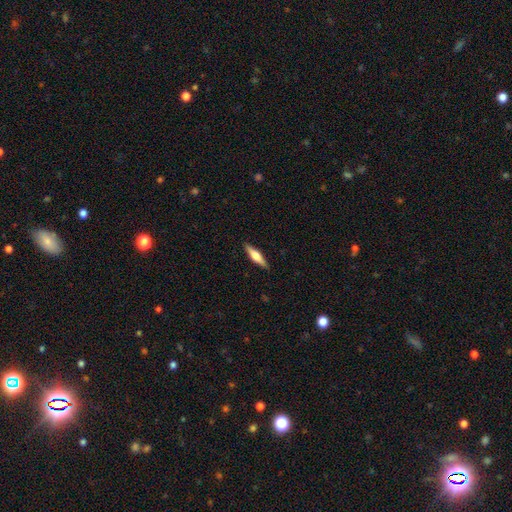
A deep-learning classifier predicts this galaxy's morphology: type=featured or disk (48%); merging=none (90%).